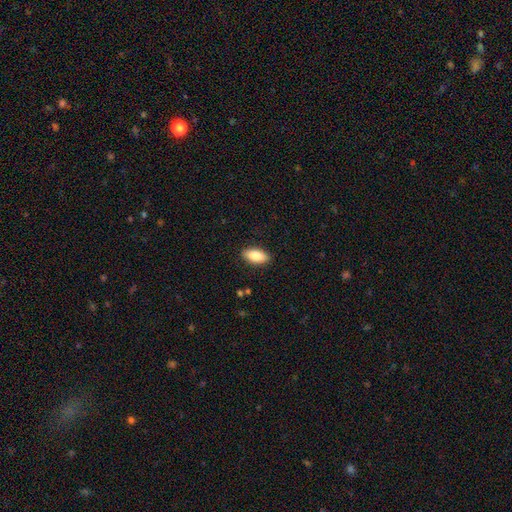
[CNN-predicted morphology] A smooth galaxy with no disk features (85%) that is in between round and cigar-shaped (89%). Merging: none (88%).